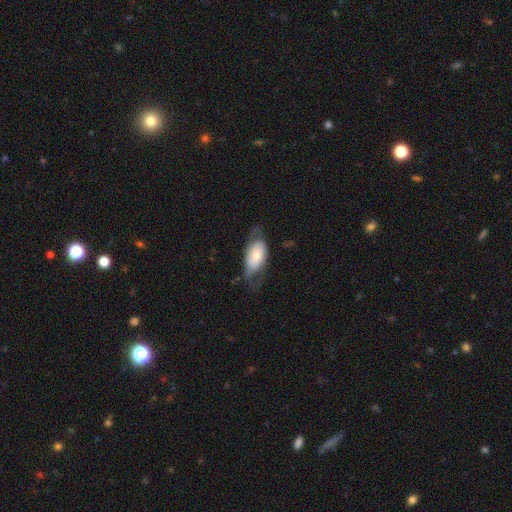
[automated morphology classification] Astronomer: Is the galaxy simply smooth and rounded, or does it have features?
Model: smooth — 52% (runner-up: featured or disk, 42%).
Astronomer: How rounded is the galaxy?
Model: in between — 90%.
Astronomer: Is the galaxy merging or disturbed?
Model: none — 50% (runner-up: minor disturbance, 28%).